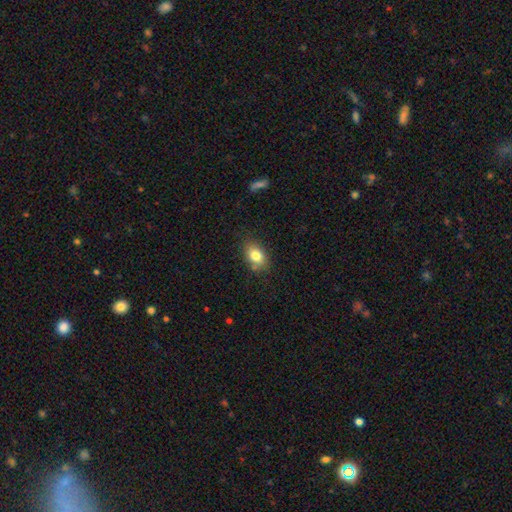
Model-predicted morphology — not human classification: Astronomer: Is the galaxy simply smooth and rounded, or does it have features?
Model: smooth — 81%.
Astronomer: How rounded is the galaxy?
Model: in between — 75%.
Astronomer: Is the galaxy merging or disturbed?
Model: none — 77%.